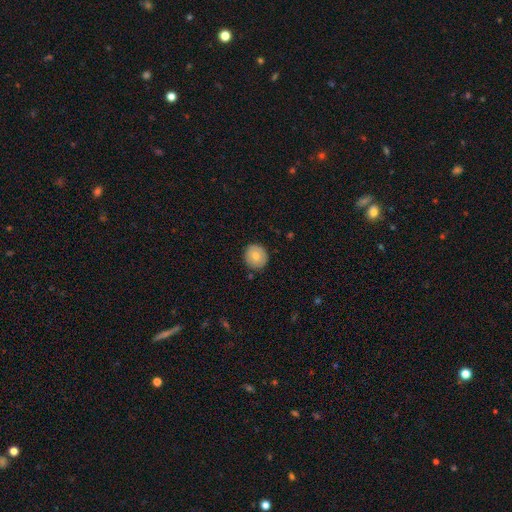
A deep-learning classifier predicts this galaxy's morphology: smooth-or-featured: smooth: 74% | featured or disk: 18% | star or artifact: 8%
  how-rounded: round: 91% | in between: 8% | cigar-shaped: 1%
  merging: none: 88% | minor disturbance: 9% | major disturbance: 2% | merger: 1%